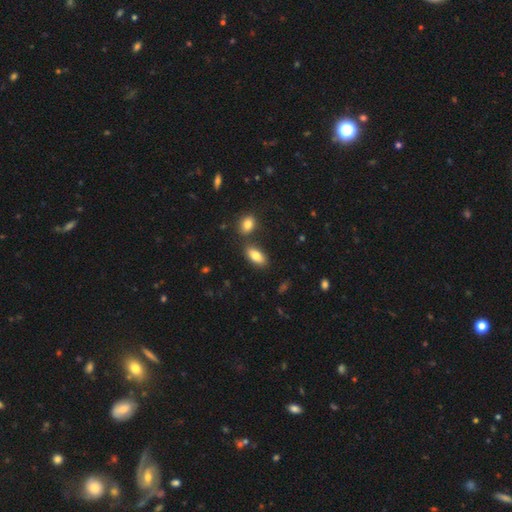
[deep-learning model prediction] Smooth or featured?
  - smooth: 81% *
  - featured or disk: 12%
  - star or artifact: 7%
How rounded?
  - in between: 88% *
  - cigar-shaped: 9%
  - round: 3%
Merging?
  - none: 74% *
  - merger: 13%
  - minor disturbance: 10%
  - major disturbance: 3%